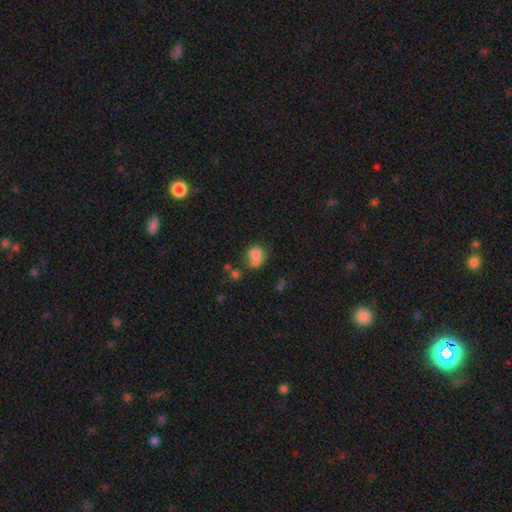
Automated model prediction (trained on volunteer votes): smooth-or-featured: smooth: 77% | featured or disk: 12% | star or artifact: 11%
  how-rounded: round: 50% | in between: 49% | cigar-shaped: 1%
  merging: none: 35% | merger: 30% | minor disturbance: 21% | major disturbance: 14%